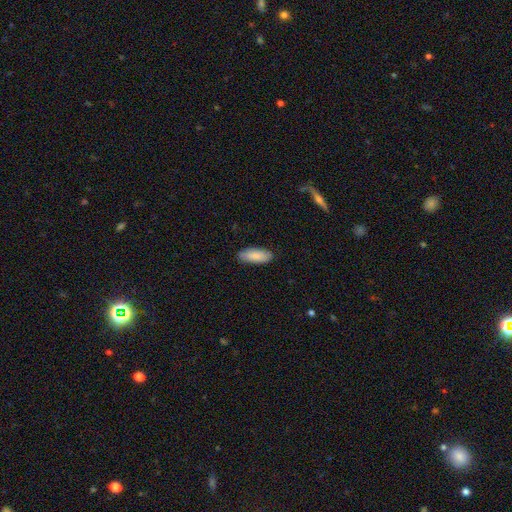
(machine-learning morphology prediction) Q: Smooth or featured?
A: smooth (86%); runner-up: featured or disk (8%)
Q: How rounded?
A: in between (78%); runner-up: cigar-shaped (20%)
Q: Merging?
A: none (87%); runner-up: minor disturbance (10%)